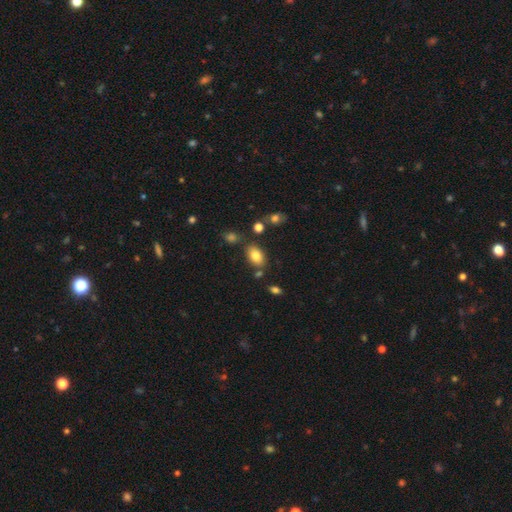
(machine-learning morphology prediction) smooth-or-featured: smooth: 81% | featured or disk: 10% | star or artifact: 9%
  how-rounded: in between: 88% | round: 10% | cigar-shaped: 2%
  merging: none: 75% | minor disturbance: 13% | merger: 9% | major disturbance: 4%